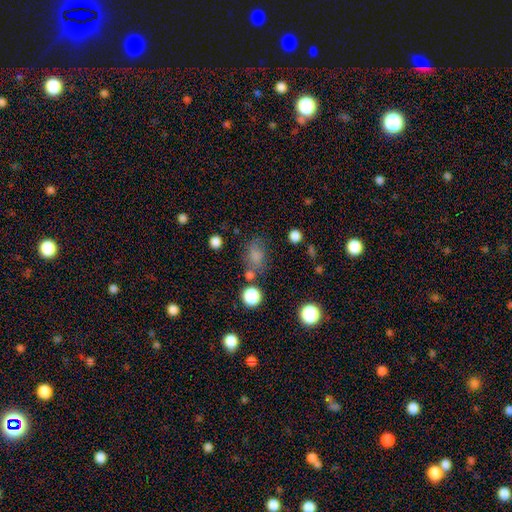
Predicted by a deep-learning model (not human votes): A smooth galaxy with no disk features (76%) that is in between round and cigar-shaped (66%).

Vote fractions:
- Smooth or featured? smooth: 76% / star or artifact: 15% / featured or disk: 9%
- How rounded? in between: 66% / round: 31% / cigar-shaped: 2%
- Merging? none: 63% / minor disturbance: 19% / merger: 9% / major disturbance: 9%